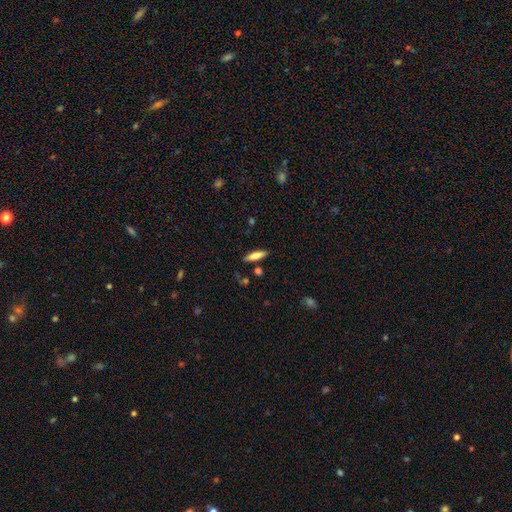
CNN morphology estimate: Smooth or featured? Predicted: smooth (p=0.79). How rounded? Predicted: cigar-shaped (p=0.65). Merging? Predicted: none (p=0.83).